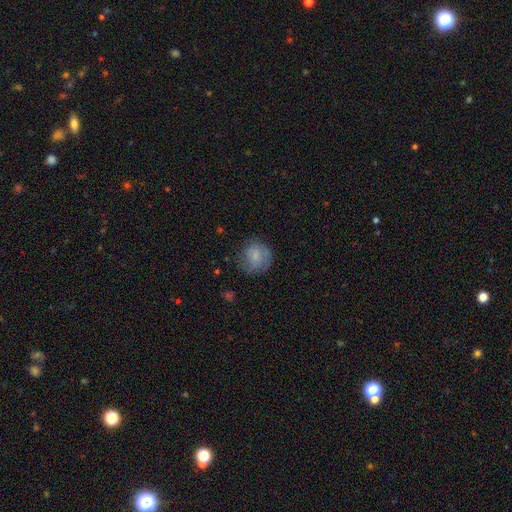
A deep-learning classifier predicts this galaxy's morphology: smooth-or-featured: smooth: 66% | featured or disk: 26% | star or artifact: 8%
  how-rounded: round: 82% | in between: 17% | cigar-shaped: 1%
  merging: none: 62% | minor disturbance: 24% | major disturbance: 13% | merger: 2%